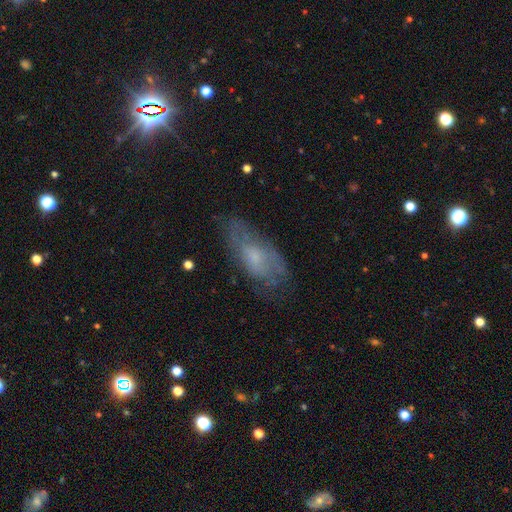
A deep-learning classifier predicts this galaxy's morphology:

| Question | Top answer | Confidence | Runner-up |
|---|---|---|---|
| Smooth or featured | smooth | 45% | featured or disk (43%) |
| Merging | none | 61% | minor disturbance (25%) |